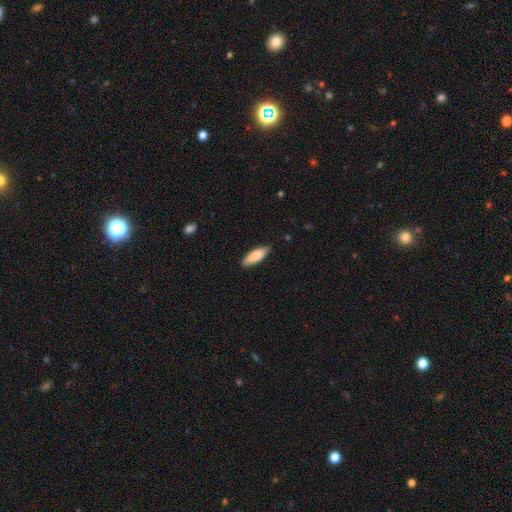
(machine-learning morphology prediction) The model was most divided on "how rounded": in between: 63%, cigar-shaped: 35%, round: 2%. More confident: smooth or featured — smooth (85%); merging — none (81%).